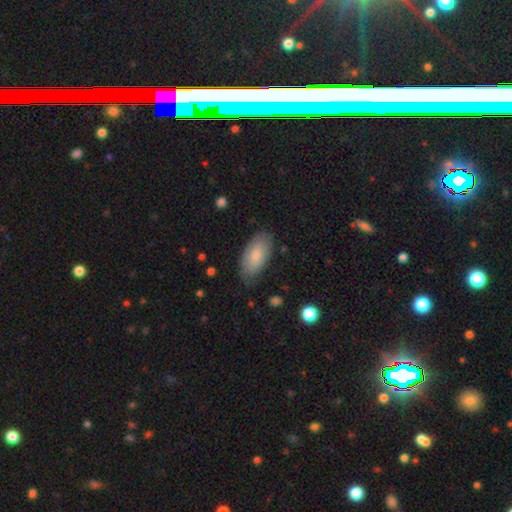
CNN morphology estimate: Overall: smooth (80%). How rounded: in between (93%). Merging: none (78%).